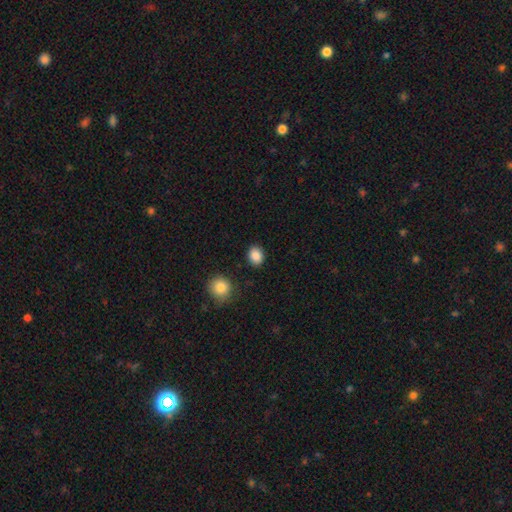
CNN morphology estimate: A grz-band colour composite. It shows a smooth galaxy with no disk features (87%) that is round (52%). Merging: none (88%).